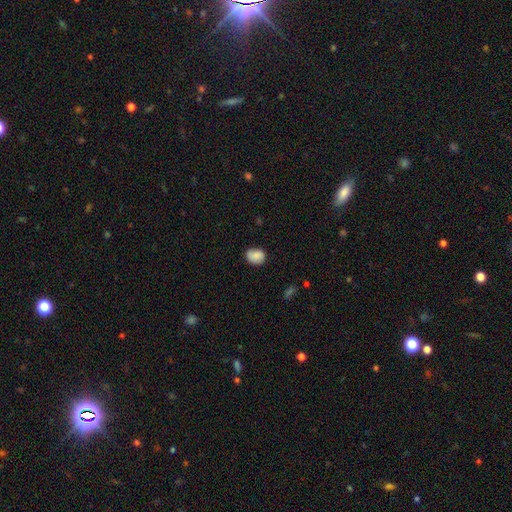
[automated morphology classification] smooth 82%, featured or disk 9%, star or artifact 8%. Down the decision tree: how rounded — in between (52%); merging — none (71%).